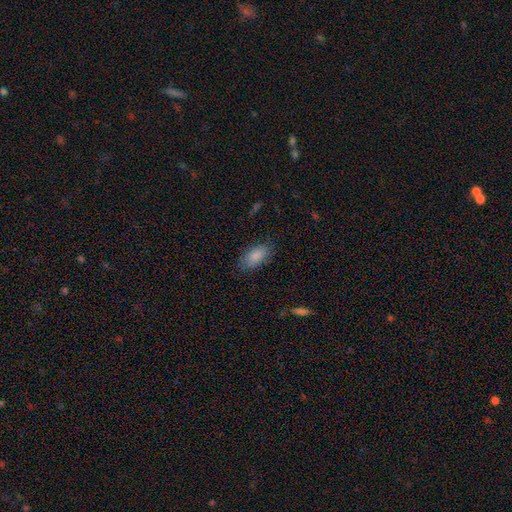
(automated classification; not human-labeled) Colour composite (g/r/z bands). It shows a smooth galaxy with no disk features (87%) that is in between round and cigar-shaped (92%). Merging: none (82%).